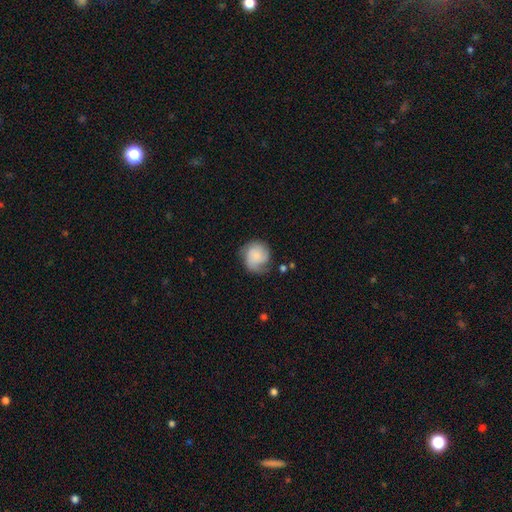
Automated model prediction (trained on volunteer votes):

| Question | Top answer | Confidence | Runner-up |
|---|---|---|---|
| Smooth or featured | smooth | 56% | featured or disk (37%) |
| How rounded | round | 80% | in between (19%) |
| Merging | none | 53% | minor disturbance (30%) |